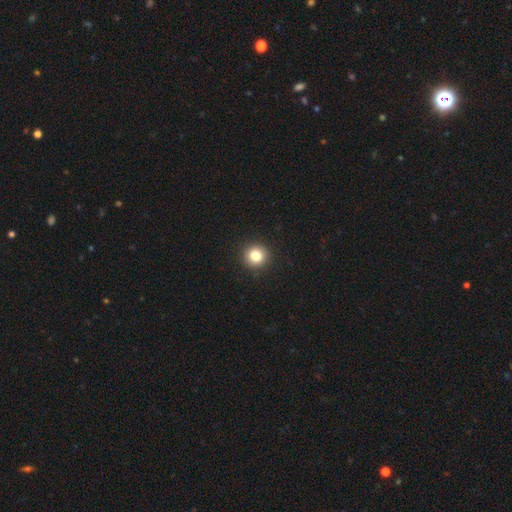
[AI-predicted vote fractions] Q: Smooth or featured?
A: smooth (82%); runner-up: star or artifact (12%)
Q: How rounded?
A: round (94%); runner-up: in between (5%)
Q: Merging?
A: none (93%); runner-up: minor disturbance (5%)